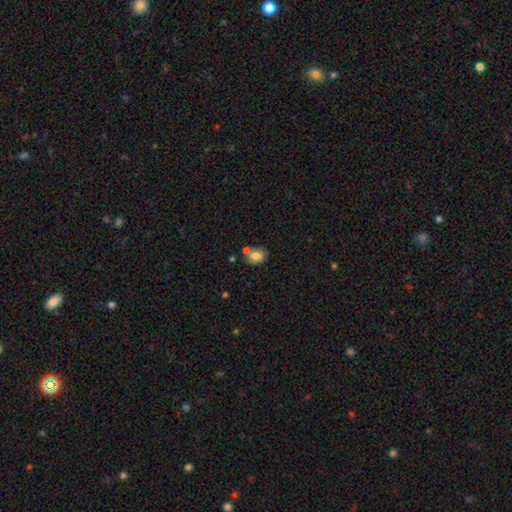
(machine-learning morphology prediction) Smooth or featured?
  - smooth: 80% *
  - featured or disk: 10%
  - star or artifact: 10%
How rounded?
  - in between: 52% *
  - round: 48%
  - cigar-shaped: 1%
Merging?
  - none: 64% *
  - merger: 19%
  - minor disturbance: 14%
  - major disturbance: 3%